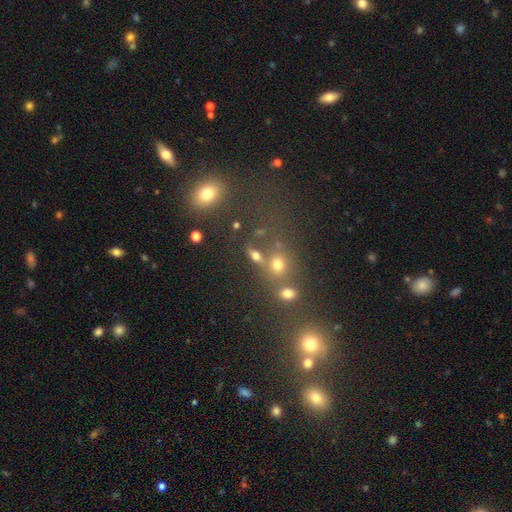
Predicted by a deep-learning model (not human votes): The model was most divided on "how rounded": in between: 58%, round: 32%, cigar-shaped: 10%. More confident: smooth or featured — smooth (63%); merging — none (56%).